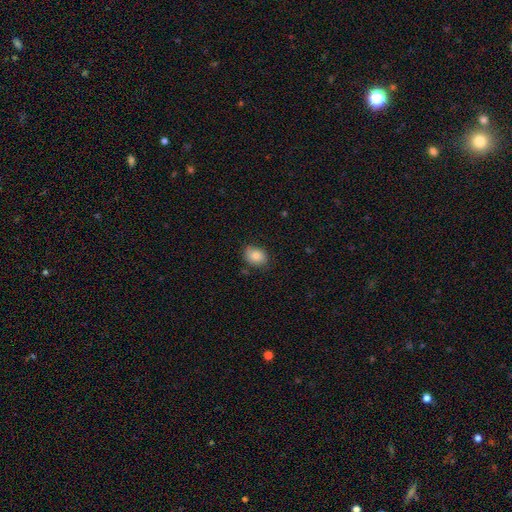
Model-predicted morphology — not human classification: Smooth or featured?
  - smooth: 82% *
  - featured or disk: 9%
  - star or artifact: 8%
How rounded?
  - in between: 64% *
  - round: 35%
  - cigar-shaped: 1%
Merging?
  - none: 76% *
  - minor disturbance: 19%
  - major disturbance: 3%
  - merger: 2%